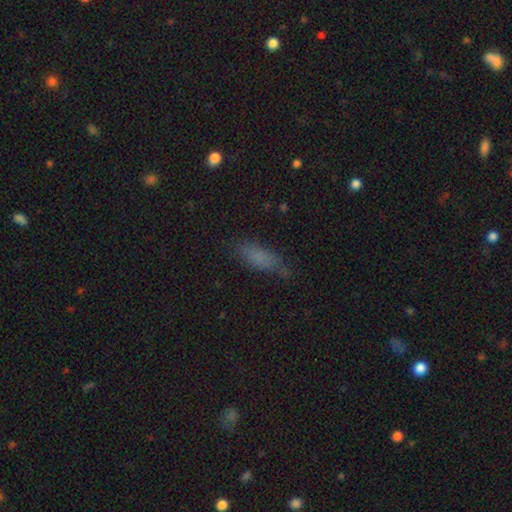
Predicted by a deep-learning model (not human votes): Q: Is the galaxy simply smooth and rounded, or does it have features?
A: smooth — 76%.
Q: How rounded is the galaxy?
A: in between — 55%.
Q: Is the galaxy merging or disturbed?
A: none — 69%.